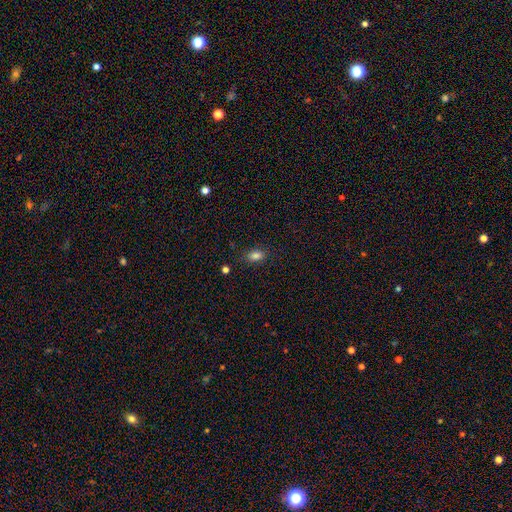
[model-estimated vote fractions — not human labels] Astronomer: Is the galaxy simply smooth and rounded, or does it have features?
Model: smooth — 82%.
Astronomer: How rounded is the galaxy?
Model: in between — 83%.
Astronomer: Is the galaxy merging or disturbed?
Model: none — 81%.